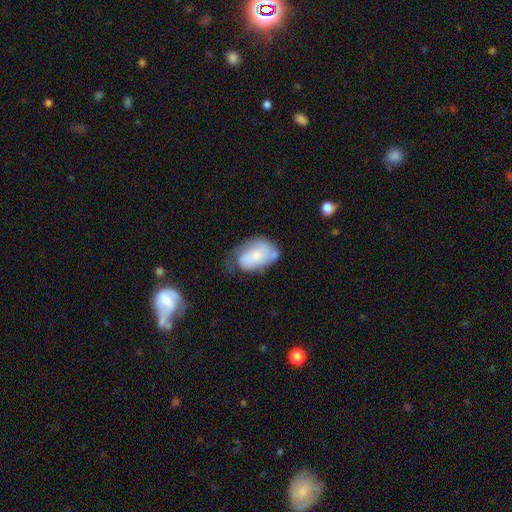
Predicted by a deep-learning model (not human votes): A smooth galaxy with no disk features (48%). Merging: none (37%).